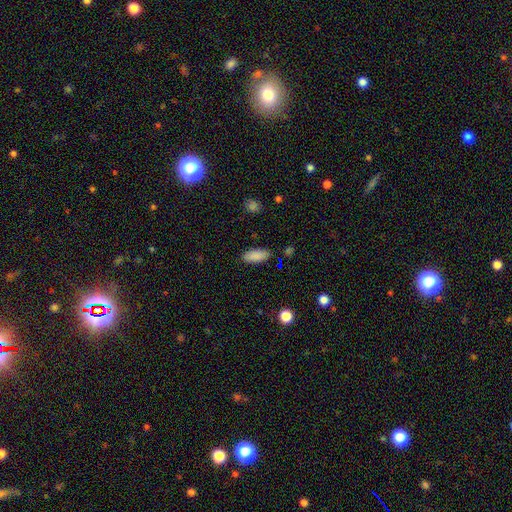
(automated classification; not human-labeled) Smooth or featured: smooth — 88% (star or artifact — 7%)
How rounded: in between — 82% (cigar-shaped — 17%)
Merging: none — 85% (minor disturbance — 11%)